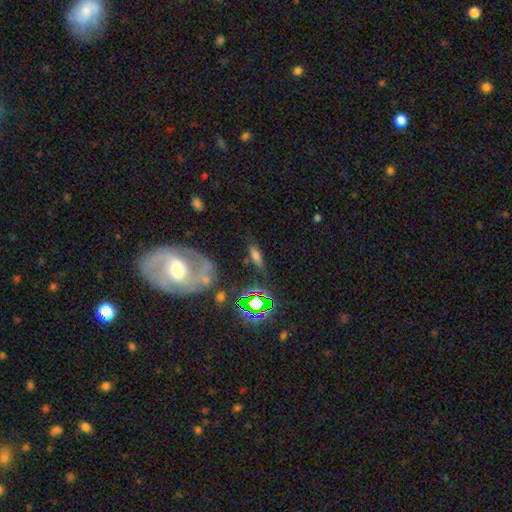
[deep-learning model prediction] Smooth or featured: smooth — 60% (featured or disk — 20%)
How rounded: in between — 48% (cigar-shaped — 46%)
Merging: none — 70% (minor disturbance — 16%)